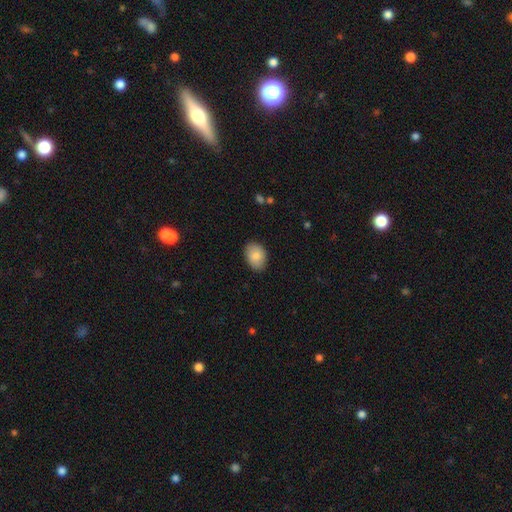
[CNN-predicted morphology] smooth-or-featured: smooth: 86% | featured or disk: 8% | star or artifact: 6%
  how-rounded: in between: 82% | round: 17% | cigar-shaped: 1%
  merging: none: 86% | minor disturbance: 11% | major disturbance: 2% | merger: 1%